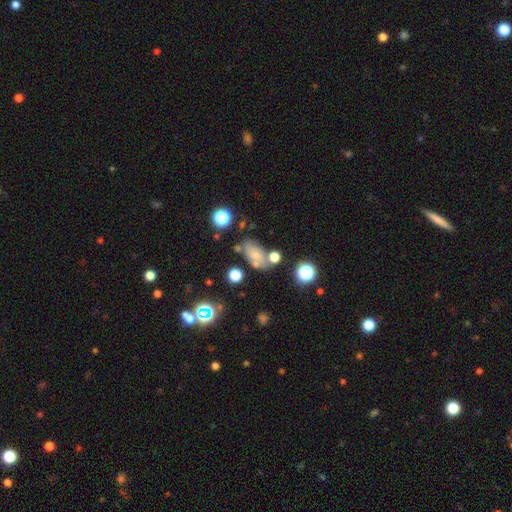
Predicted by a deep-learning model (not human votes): A smooth galaxy with no disk features (63%) that is in between round and cigar-shaped (85%).

Vote fractions:
- Smooth or featured? smooth: 63% / featured or disk: 20% / star or artifact: 17%
- How rounded? in between: 85% / round: 12% / cigar-shaped: 3%
- Merging? none: 51% / minor disturbance: 21% / merger: 17% / major disturbance: 11%